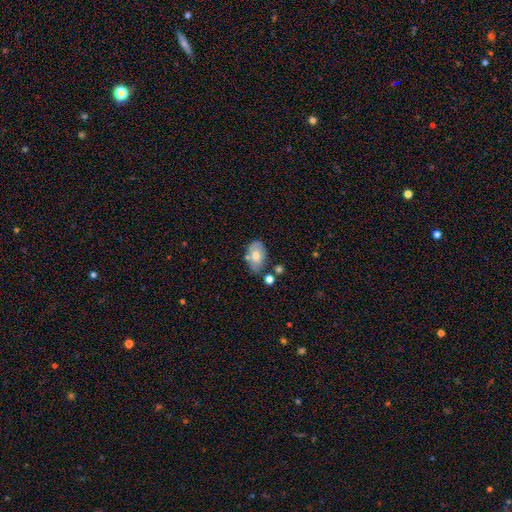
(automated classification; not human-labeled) Smooth or featured: smooth — 65% (featured or disk — 28%)
How rounded: in between — 90% (round — 8%)
Merging: none — 57% (minor disturbance — 24%)